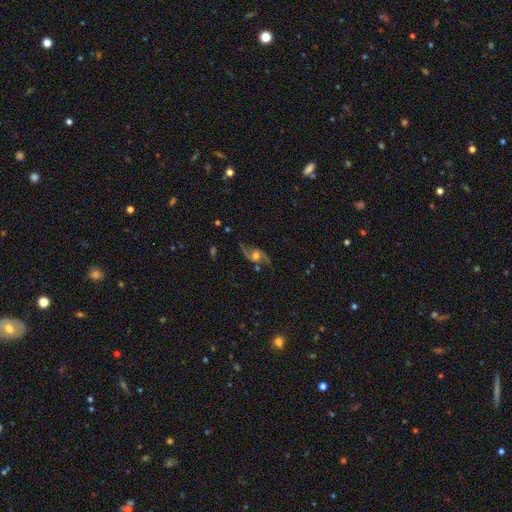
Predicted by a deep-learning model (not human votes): Smooth or featured? featured or disk (87%)
Edge-on disk? no (95%)
Bar? no (51%)
Spiral arms? yes (96%)
Spiral winding? loose (76%)
Spiral arm count? 2 (93%)
Bulge size? moderate (62%)
Merging? none (76%)